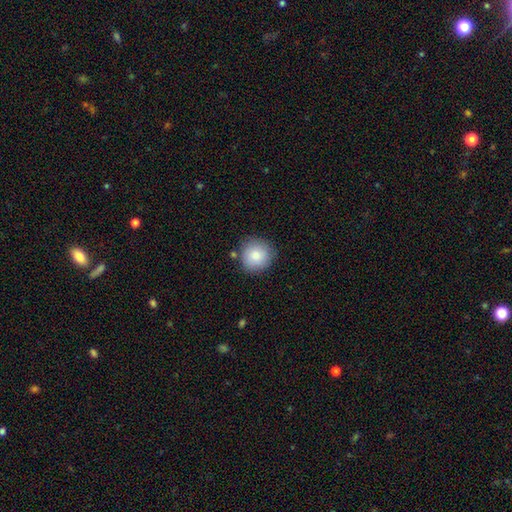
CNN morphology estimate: Smooth or featured? Predicted: smooth (p=0.84). How rounded? Predicted: round (p=0.93). Merging? Predicted: none (p=0.83).